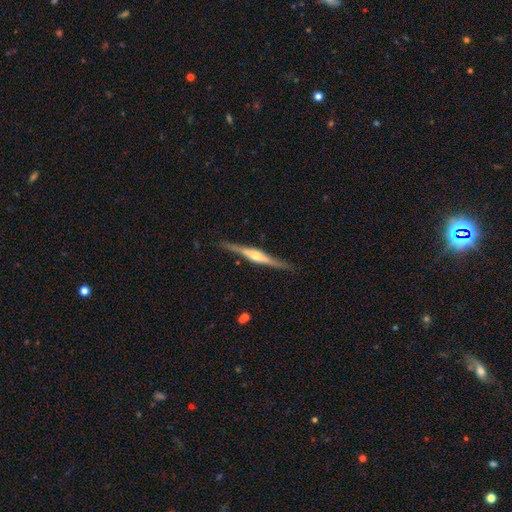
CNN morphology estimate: Q: Smooth or featured?
A: featured or disk (81%); runner-up: smooth (14%)
Q: Edge-on disk?
A: yes (98%); runner-up: no (2%)
Q: Edge-on bulge?
A: rounded (83%); runner-up: boxy (12%)
Q: Merging?
A: none (89%); runner-up: minor disturbance (8%)